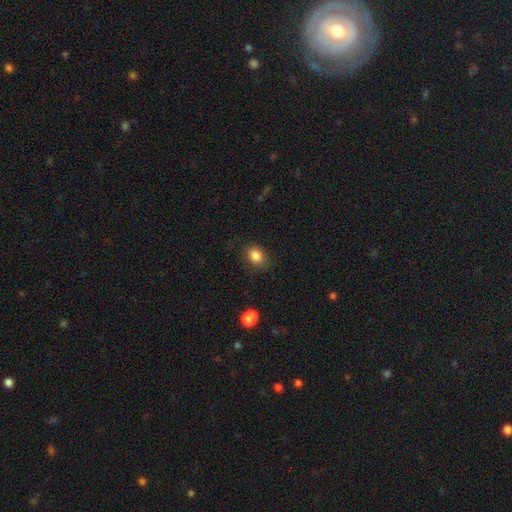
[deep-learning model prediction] A smooth galaxy with no disk features (84%) that is in between round and cigar-shaped (53%).

Vote fractions:
- Smooth or featured? smooth: 84% / star or artifact: 10% / featured or disk: 6%
- How rounded? in between: 53% / round: 46% / cigar-shaped: 1%
- Merging? none: 81% / minor disturbance: 13% / major disturbance: 4% / merger: 2%